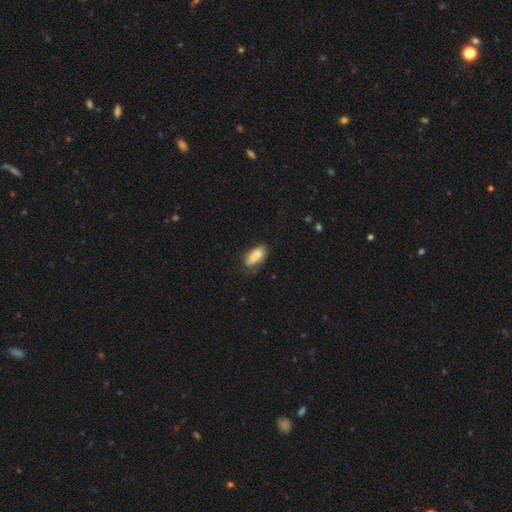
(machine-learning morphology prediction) Smooth or featured? Predicted: smooth (p=0.86). How rounded? Predicted: in between (p=0.84). Merging? Predicted: none (p=0.68).